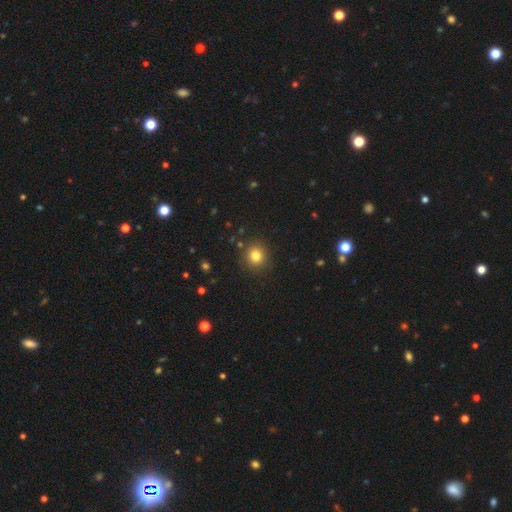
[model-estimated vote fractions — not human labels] Overall: smooth (81%). How rounded: round (90%). Merging: none (88%).